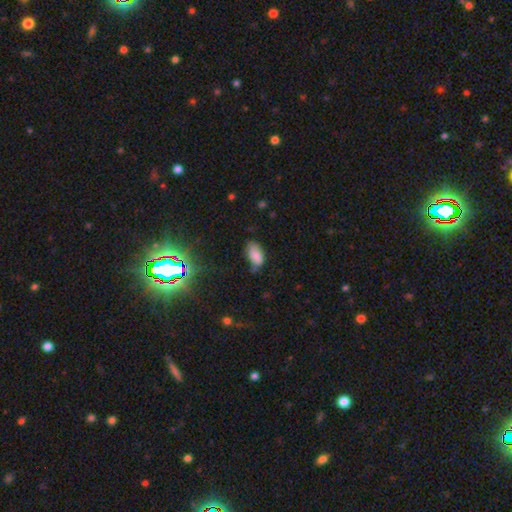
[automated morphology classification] The model was most divided on "merging": none: 42%, minor disturbance: 39%, major disturbance: 15%, merger: 4%. More confident: how rounded — in between (93%); smooth or featured — smooth (78%).